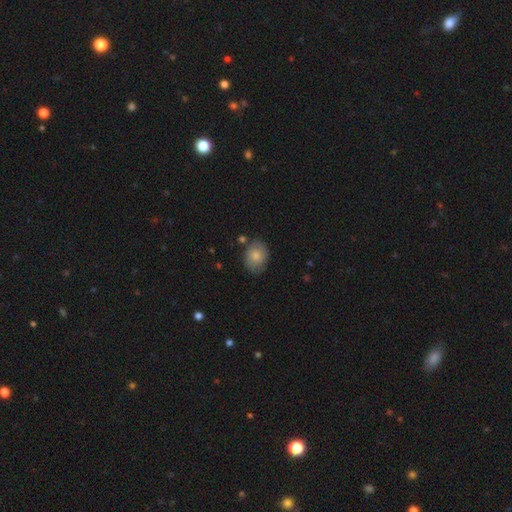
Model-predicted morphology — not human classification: The model was most divided on "how rounded": in between: 65%, round: 34%, cigar-shaped: 1%. More confident: merging — none (75%); smooth or featured — smooth (75%).